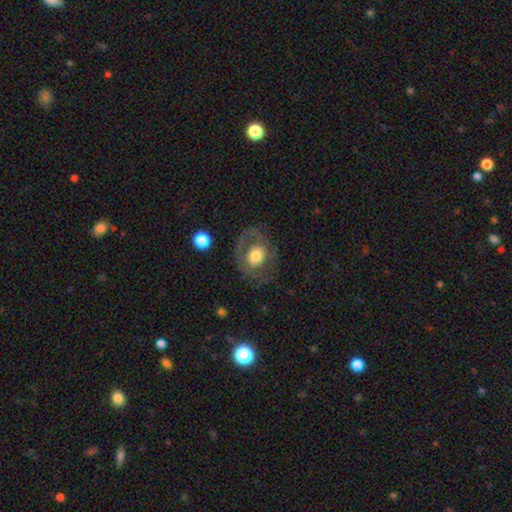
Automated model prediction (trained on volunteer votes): This appears to be a smooth galaxy with no disk features (49%). Merging: none (61%).